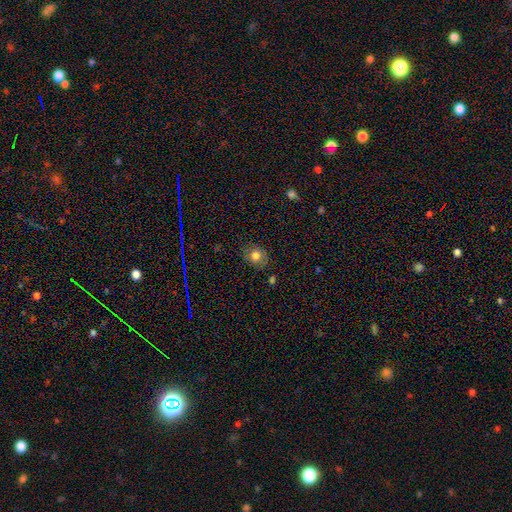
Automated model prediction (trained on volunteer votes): Morphology: type=smooth (77%); roundness=round (63%); merging=none (80%).